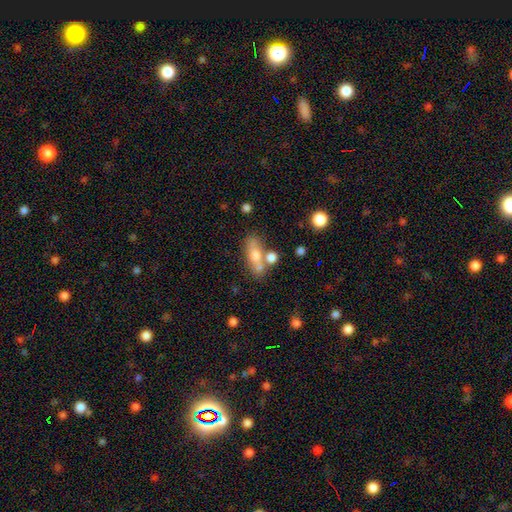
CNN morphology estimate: Overall: smooth (60%; featured or disk 29%). How rounded: in between (62%; cigar-shaped 28%). Merging: none (54%; merger 26%).